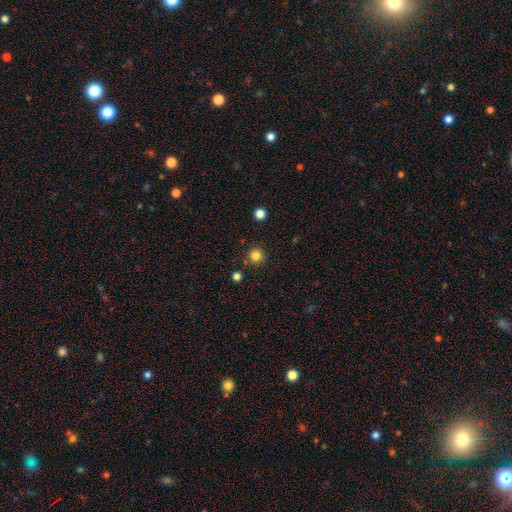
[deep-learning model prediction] This appears to be a smooth galaxy with no disk features (83%) that is round (95%). Merging: none (87%).